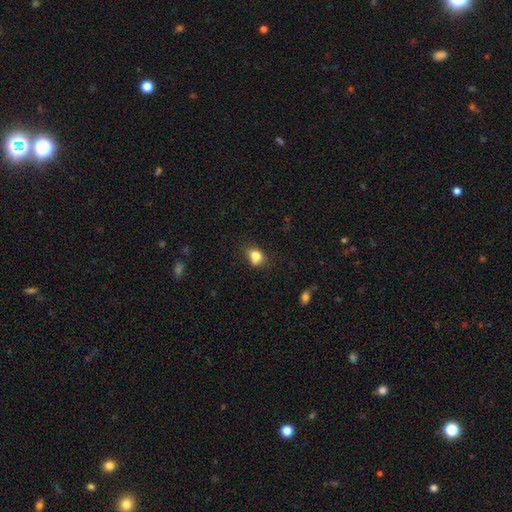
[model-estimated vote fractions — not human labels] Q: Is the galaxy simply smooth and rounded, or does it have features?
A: smooth — 79%.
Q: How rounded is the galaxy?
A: in between — 54%.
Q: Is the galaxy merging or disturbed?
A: none — 55%.